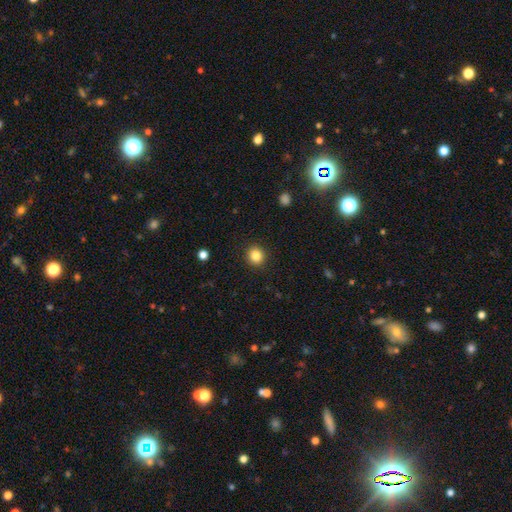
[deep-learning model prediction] smooth-or-featured: smooth: 85% | star or artifact: 11% | featured or disk: 5%
  how-rounded: round: 86% | in between: 13% | cigar-shaped: 1%
  merging: none: 91% | minor disturbance: 6% | major disturbance: 2% | merger: 1%